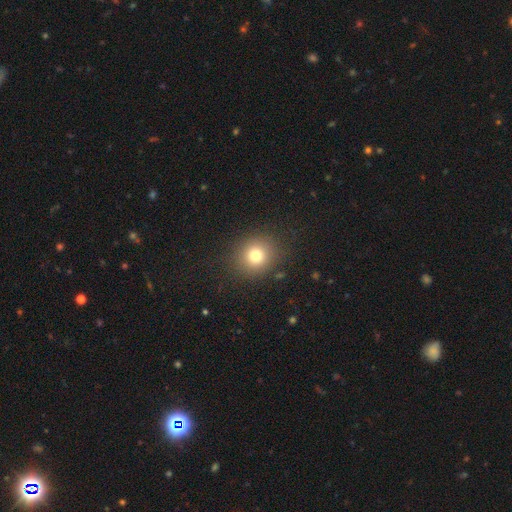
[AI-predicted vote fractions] This is likely a smooth galaxy (77%). How rounded: clearly round (83%). Merging: clearly none (87%).